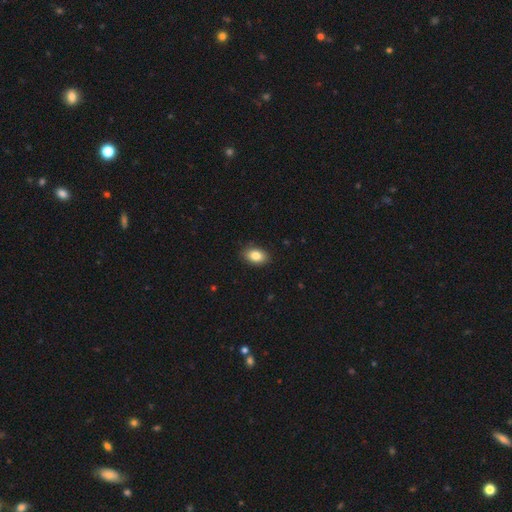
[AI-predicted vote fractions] Q: Smooth or featured?
A: smooth (84%); runner-up: star or artifact (8%)
Q: How rounded?
A: in between (87%); runner-up: round (12%)
Q: Merging?
A: none (88%); runner-up: minor disturbance (9%)